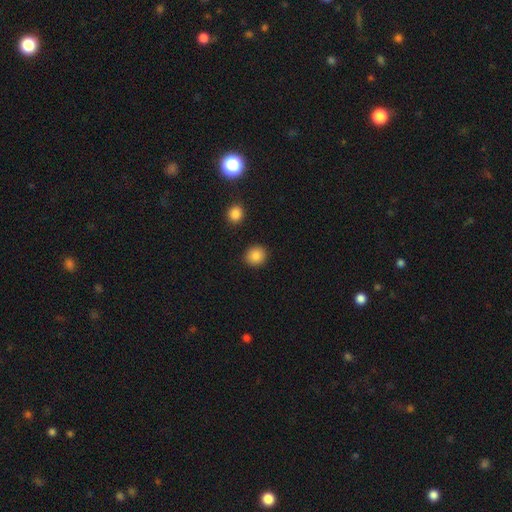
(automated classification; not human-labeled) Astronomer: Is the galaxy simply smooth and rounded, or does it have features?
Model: smooth — 86%.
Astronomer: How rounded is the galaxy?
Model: round — 85%.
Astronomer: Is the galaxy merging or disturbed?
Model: none — 90%.